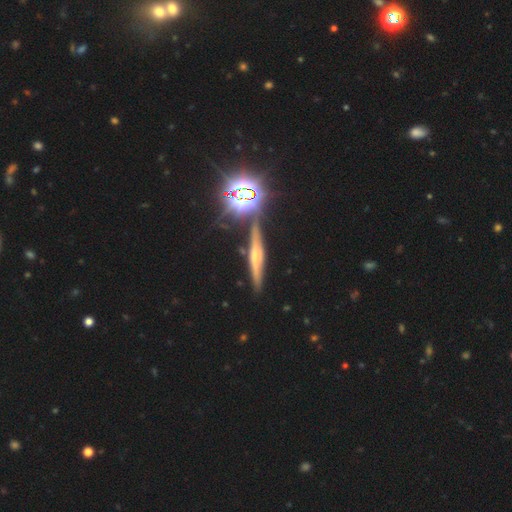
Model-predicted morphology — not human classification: The model was most divided on "smooth or featured": featured or disk: 47%, star or artifact: 29%, smooth: 23%. More confident: merging — none (81%).